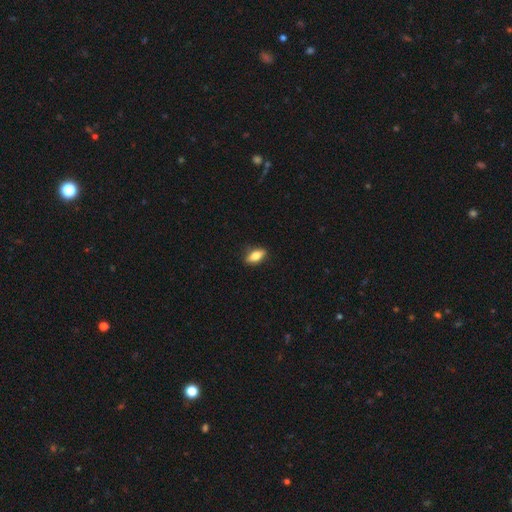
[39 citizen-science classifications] Smooth or featured?
  - smooth: 79% *
  - featured or disk: 21%
  - star or artifact: 0%
How rounded?
  - in between: 97% *
  - cigar-shaped: 3%
  - round: 0%
Merging?
  - none: 82% *
  - minor disturbance: 13%
  - major disturbance: 3%
  - merger: 3%